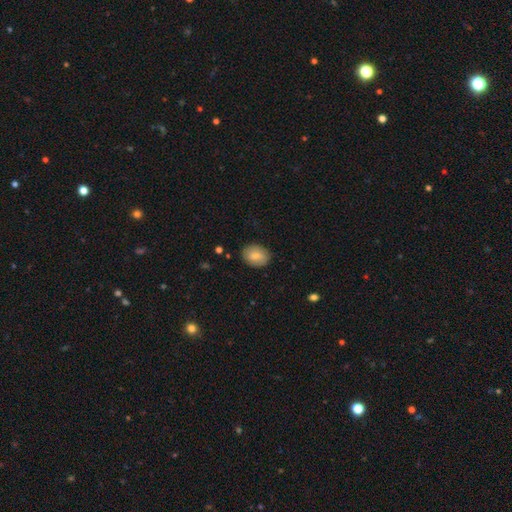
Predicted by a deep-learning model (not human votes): Smooth or featured: smooth — 81% (featured or disk — 13%)
How rounded: in between — 69% (round — 30%)
Merging: none — 86% (minor disturbance — 11%)